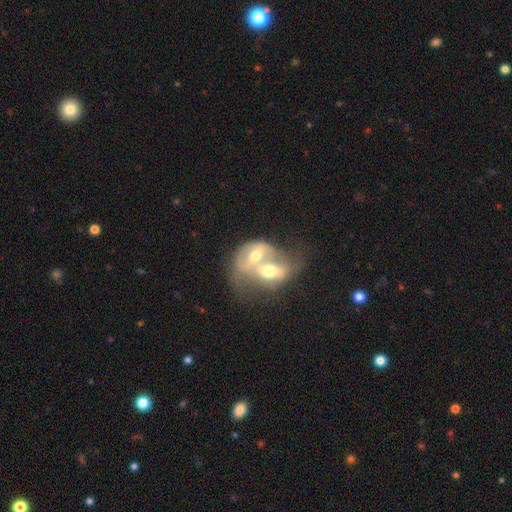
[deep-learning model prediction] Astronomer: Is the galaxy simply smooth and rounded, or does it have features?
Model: featured or disk — 54% (runner-up: smooth, 39%).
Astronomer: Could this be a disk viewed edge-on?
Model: no — 94%.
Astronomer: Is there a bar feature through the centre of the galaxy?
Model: no — 59%.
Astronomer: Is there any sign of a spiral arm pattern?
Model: no — 68%.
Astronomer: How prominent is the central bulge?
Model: moderate — 67%.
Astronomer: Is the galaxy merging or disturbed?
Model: merger — 82%.